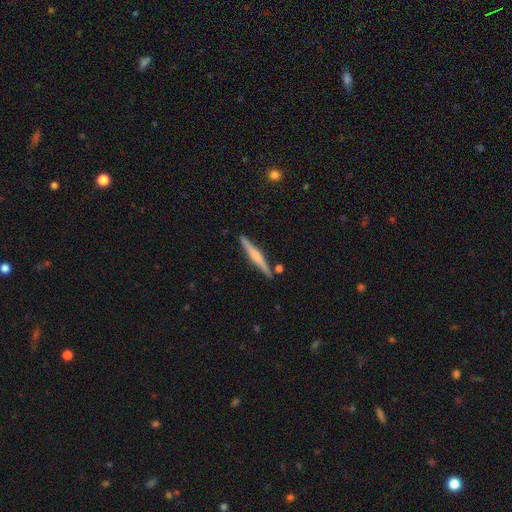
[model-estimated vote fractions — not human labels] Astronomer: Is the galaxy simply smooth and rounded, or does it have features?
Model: featured or disk — 62%.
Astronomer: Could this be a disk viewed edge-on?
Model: yes — 98%.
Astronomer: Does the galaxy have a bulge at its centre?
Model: rounded — 61%.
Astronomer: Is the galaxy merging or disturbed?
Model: none — 88%.